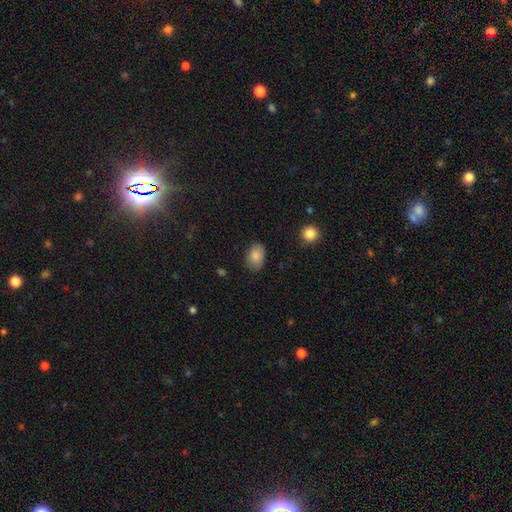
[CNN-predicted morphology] Smooth or featured?
  - smooth: 86% *
  - star or artifact: 8%
  - featured or disk: 6%
How rounded?
  - in between: 81% *
  - round: 18%
  - cigar-shaped: 1%
Merging?
  - none: 81% *
  - minor disturbance: 15%
  - major disturbance: 3%
  - merger: 1%